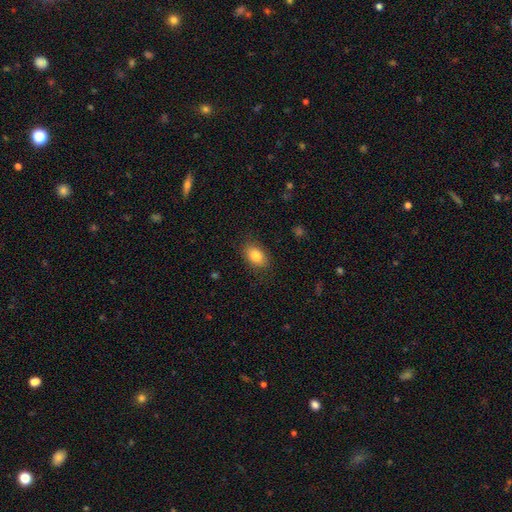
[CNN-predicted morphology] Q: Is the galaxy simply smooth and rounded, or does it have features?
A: smooth — 83%.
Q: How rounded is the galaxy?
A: in between — 82%.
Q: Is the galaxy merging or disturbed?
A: none — 84%.